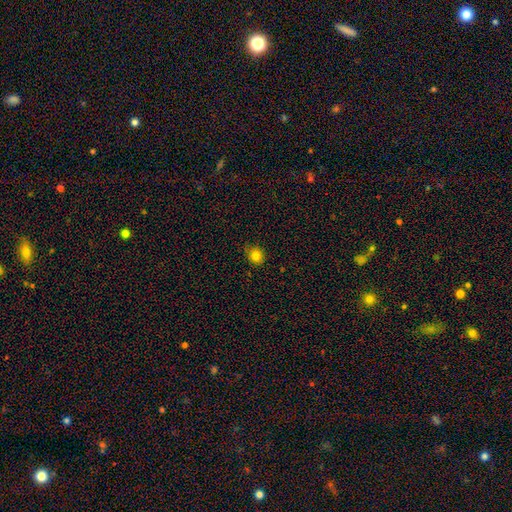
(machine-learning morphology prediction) smooth_or_featured: smooth (p=0.82) [alt: star or artifact p=0.13]
how_rounded: round (p=0.77) [alt: in between p=0.22]
merging: none (p=0.81) [alt: minor disturbance p=0.15]